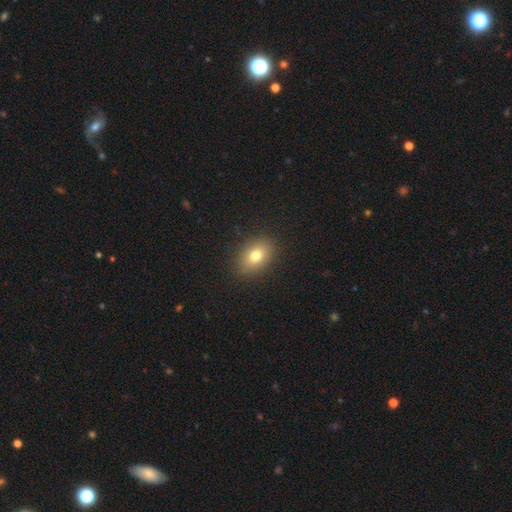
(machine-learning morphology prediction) This appears to be a smooth galaxy with no disk features (78%) that is in between round and cigar-shaped (77%). Merging: none (88%).